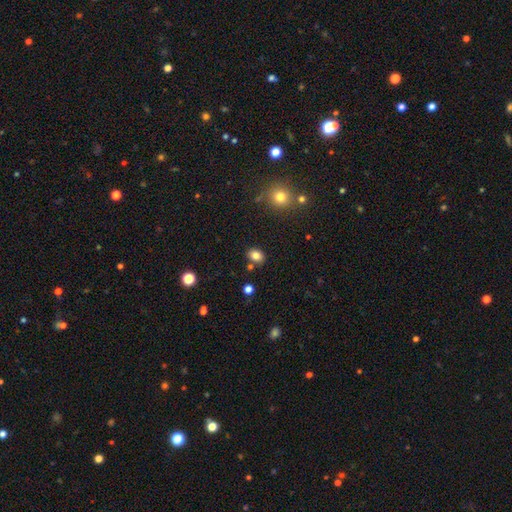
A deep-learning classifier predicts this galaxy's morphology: Smooth or featured? smooth (81%)
How rounded? in between (62%)
Merging? none (79%)